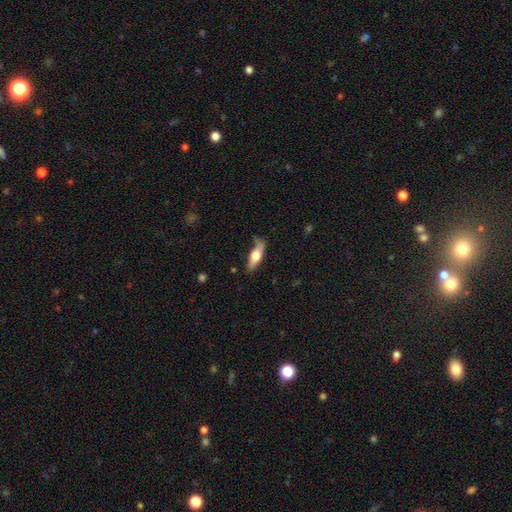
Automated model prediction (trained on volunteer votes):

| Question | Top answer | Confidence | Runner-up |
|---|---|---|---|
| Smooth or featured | smooth | 54% | featured or disk (40%) |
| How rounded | cigar-shaped | 52% | in between (45%) |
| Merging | none | 62% | minor disturbance (26%) |